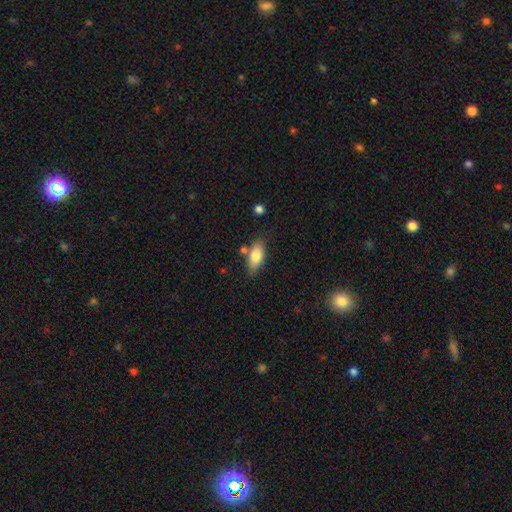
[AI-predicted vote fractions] The model was most divided on "merging": none: 74%, minor disturbance: 16%, merger: 7%, major disturbance: 3%. More confident: how rounded — in between (84%); smooth or featured — smooth (76%).